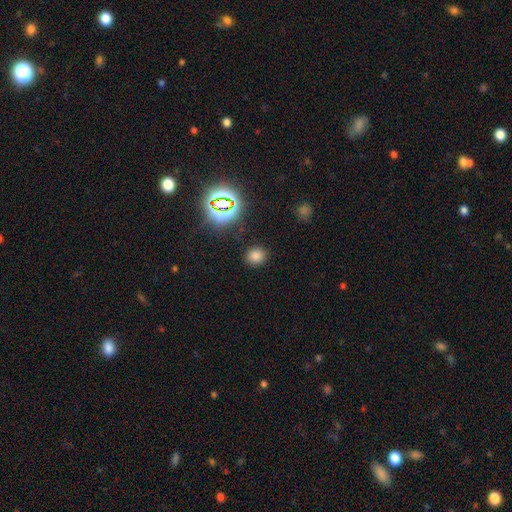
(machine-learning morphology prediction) Smooth or featured?
  - smooth: 74% *
  - star or artifact: 21%
  - featured or disk: 5%
How rounded?
  - round: 77% *
  - in between: 22%
  - cigar-shaped: 1%
Merging?
  - none: 86% *
  - minor disturbance: 9%
  - major disturbance: 3%
  - merger: 2%